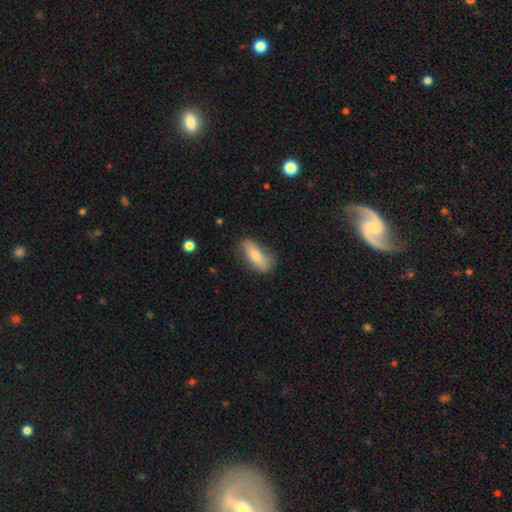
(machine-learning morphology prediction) A smooth galaxy with no disk features (73%) that is in between round and cigar-shaped (69%).

Vote fractions:
- Smooth or featured? smooth: 73% / featured or disk: 20% / star or artifact: 6%
- How rounded? in between: 69% / cigar-shaped: 27% / round: 3%
- Merging? none: 70% / minor disturbance: 22% / major disturbance: 6% / merger: 2%